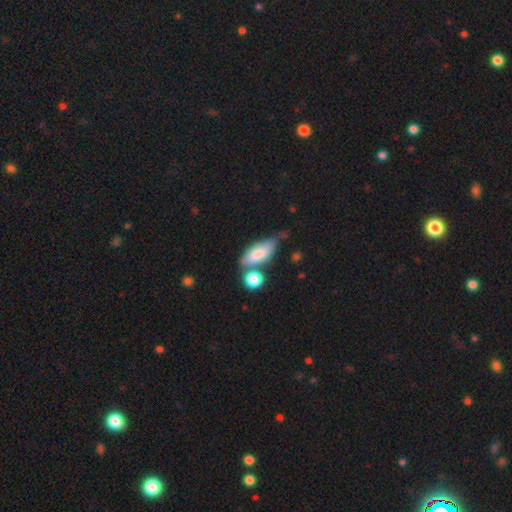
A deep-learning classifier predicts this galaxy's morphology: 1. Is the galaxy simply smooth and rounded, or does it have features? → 72% smooth, 21% featured or disk, 7% star or artifact.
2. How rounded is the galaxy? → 75% in between, 21% cigar-shaped, 4% round.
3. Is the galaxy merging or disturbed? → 46% none, 24% minor disturbance, 21% merger, 9% major disturbance.